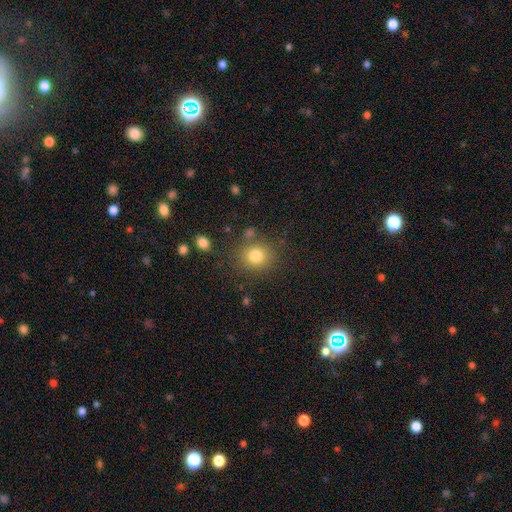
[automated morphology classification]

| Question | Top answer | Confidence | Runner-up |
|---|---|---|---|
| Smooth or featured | smooth | 80% | star or artifact (12%) |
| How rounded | round | 81% | in between (18%) |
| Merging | none | 80% | minor disturbance (10%) |